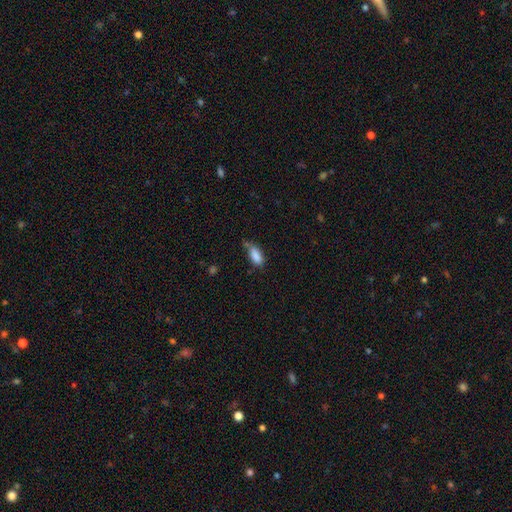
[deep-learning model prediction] Smooth or featured?
  - smooth: 86% *
  - star or artifact: 8%
  - featured or disk: 6%
How rounded?
  - in between: 85% *
  - cigar-shaped: 12%
  - round: 3%
Merging?
  - none: 51% *
  - minor disturbance: 33%
  - major disturbance: 8%
  - merger: 8%